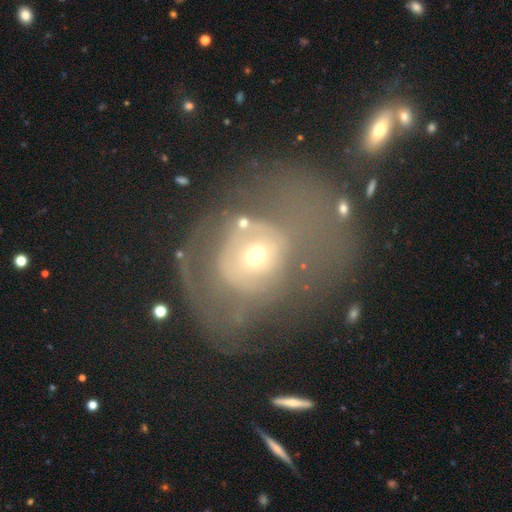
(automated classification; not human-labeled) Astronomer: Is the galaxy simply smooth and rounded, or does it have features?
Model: featured or disk — 55% (runner-up: smooth, 33%).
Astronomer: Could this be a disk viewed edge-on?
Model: no — 94%.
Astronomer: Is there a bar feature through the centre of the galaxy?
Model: no — 80%.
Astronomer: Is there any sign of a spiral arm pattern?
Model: no — 61% (runner-up: yes, 39%).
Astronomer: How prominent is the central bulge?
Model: small — 46% (runner-up: moderate, 45%).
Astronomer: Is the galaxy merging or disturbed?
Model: none — 42% (runner-up: major disturbance, 31%).